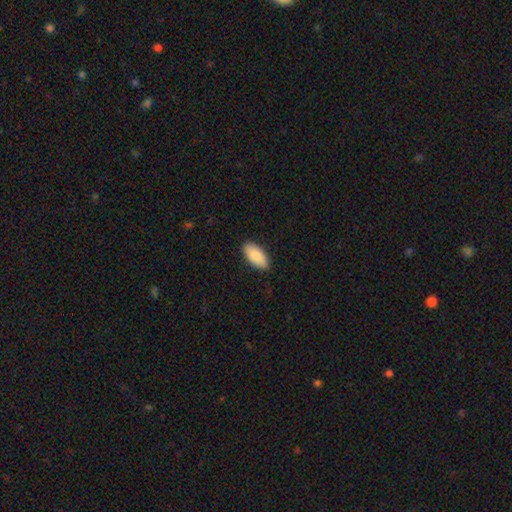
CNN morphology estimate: smooth 88%, featured or disk 6%, star or artifact 6%. Down the decision tree: how rounded — in between (94%); merging — none (89%).